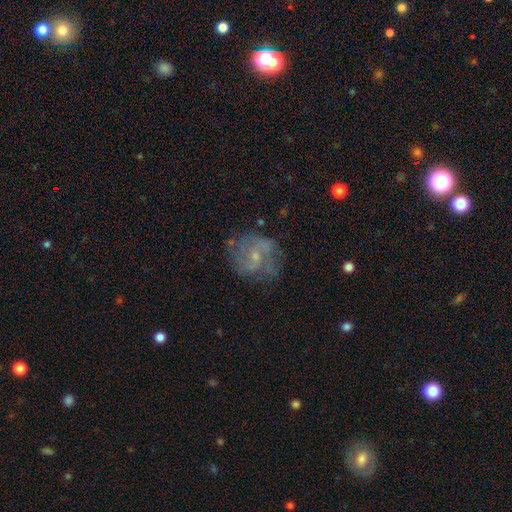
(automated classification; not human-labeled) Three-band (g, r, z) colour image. It shows a featured or disk galaxy (69%) with no bar (58%), 2 (53%) medium (45%) spiral arms (80%) and a small central bulge (69%). Merging: none (65%).